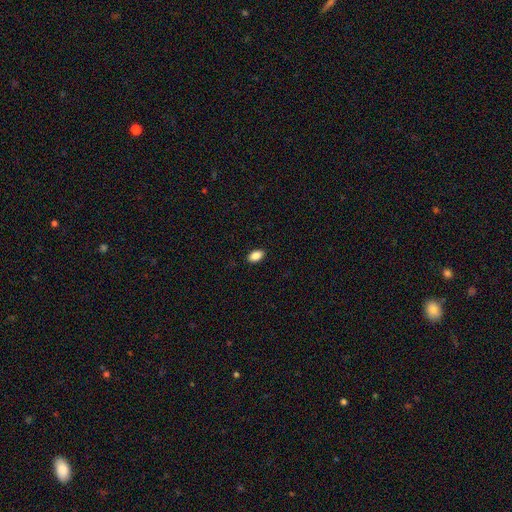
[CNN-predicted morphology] The model was most divided on "smooth or featured": smooth: 88%, star or artifact: 8%, featured or disk: 4%. More confident: how rounded — in between (92%); merging — none (90%).